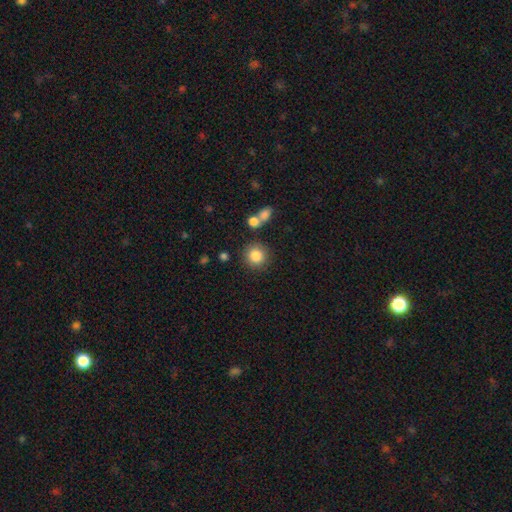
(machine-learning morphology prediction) Smooth or featured?
  - smooth: 85% *
  - star or artifact: 9%
  - featured or disk: 6%
How rounded?
  - round: 92% *
  - in between: 7%
  - cigar-shaped: 1%
Merging?
  - none: 81% *
  - minor disturbance: 9%
  - merger: 7%
  - major disturbance: 3%